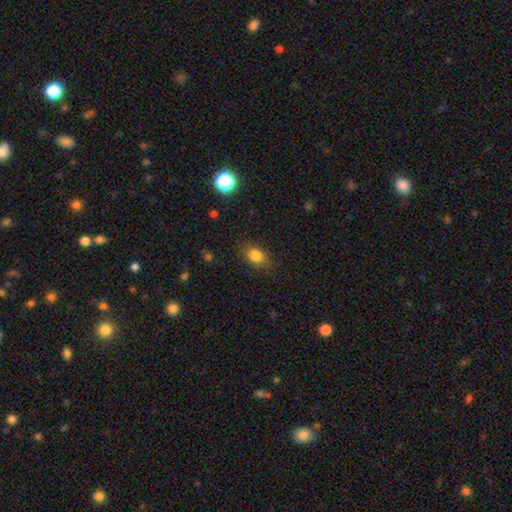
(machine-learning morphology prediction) A smooth galaxy with no disk features (82%) that is in between round and cigar-shaped (73%).

Vote fractions:
- Smooth or featured? smooth: 82% / star or artifact: 11% / featured or disk: 7%
- How rounded? in between: 73% / round: 25% / cigar-shaped: 2%
- Merging? none: 83% / minor disturbance: 12% / major disturbance: 3% / merger: 1%